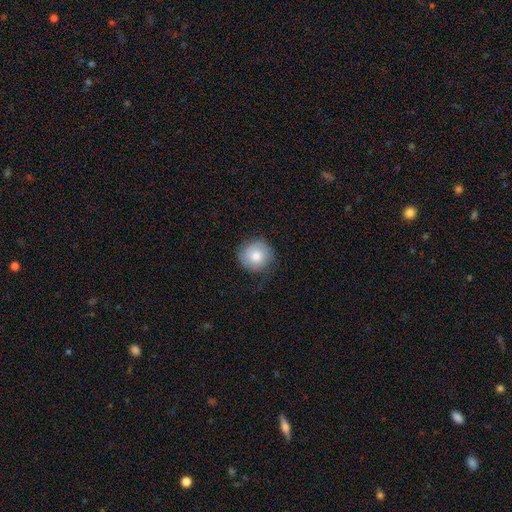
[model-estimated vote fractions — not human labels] Overall: smooth (75%). How rounded: round (90%). Merging: none (77%).